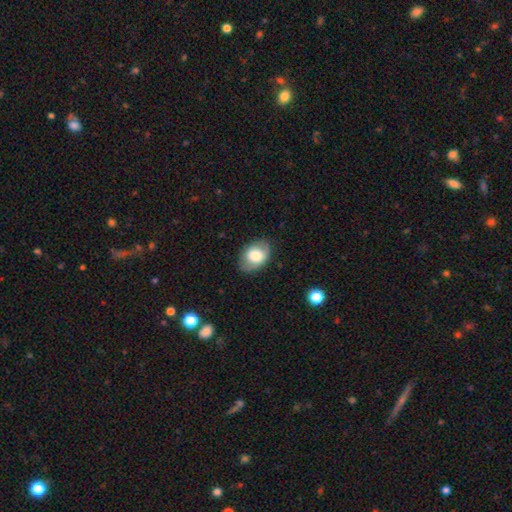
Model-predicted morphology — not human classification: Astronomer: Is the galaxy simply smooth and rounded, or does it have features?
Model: smooth — 75%.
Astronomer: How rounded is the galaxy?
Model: in between — 81%.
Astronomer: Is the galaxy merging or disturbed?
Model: none — 79%.